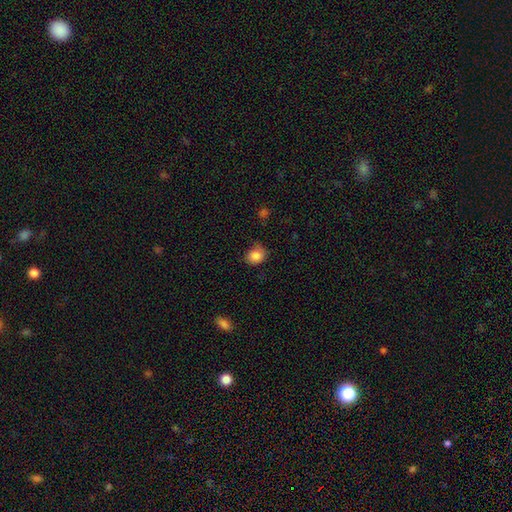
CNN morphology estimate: Smooth or featured? smooth (85%)
How rounded? round (62%)
Merging? none (63%)